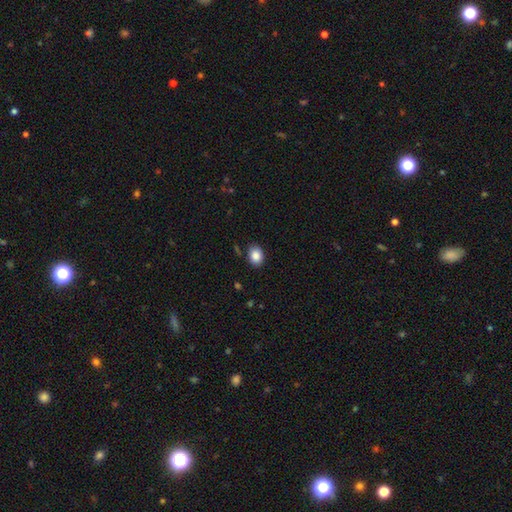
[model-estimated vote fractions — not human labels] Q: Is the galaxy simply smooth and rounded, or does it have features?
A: smooth — 87%.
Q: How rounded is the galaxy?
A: in between — 61%.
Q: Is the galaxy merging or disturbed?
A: none — 85%.